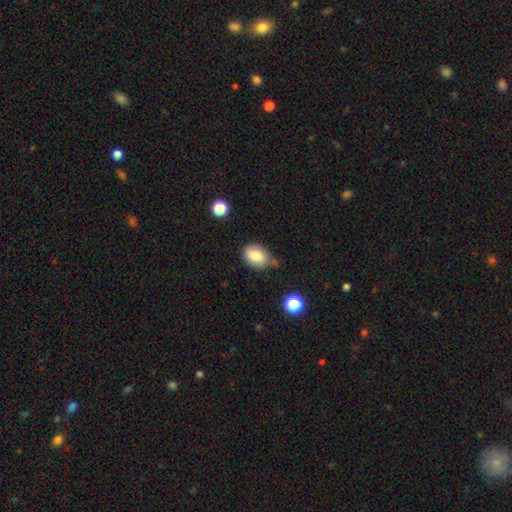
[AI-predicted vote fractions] Smooth or featured?
  - smooth: 83% *
  - featured or disk: 8%
  - star or artifact: 8%
How rounded?
  - in between: 70% *
  - round: 29%
  - cigar-shaped: 1%
Merging?
  - none: 54% *
  - minor disturbance: 31%
  - merger: 8%
  - major disturbance: 7%